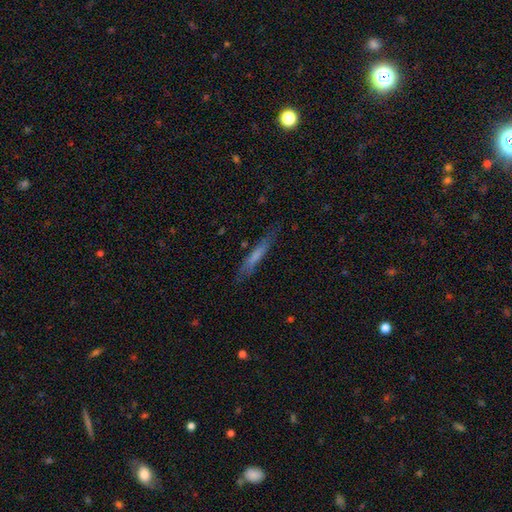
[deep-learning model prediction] A smooth galaxy with no disk features (58%) that is cigar-shaped (91%).

Vote fractions:
- Smooth or featured? smooth: 58% / featured or disk: 35% / star or artifact: 8%
- How rounded? cigar-shaped: 91% / in between: 7% / round: 2%
- Merging? none: 75% / minor disturbance: 18% / major disturbance: 5% / merger: 2%